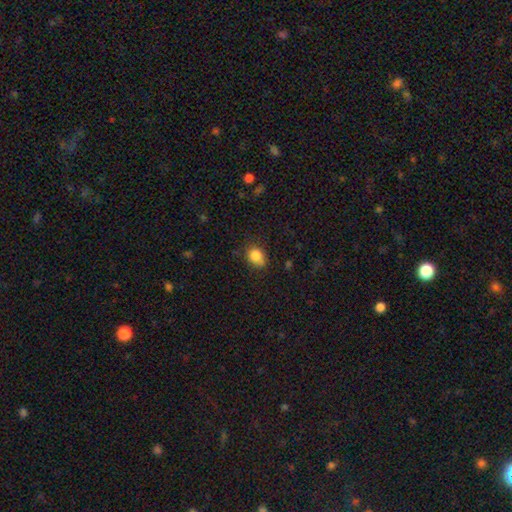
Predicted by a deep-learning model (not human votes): smooth 84%, star or artifact 10%, featured or disk 6%. Down the decision tree: how rounded — round (51%); merging — none (68%).